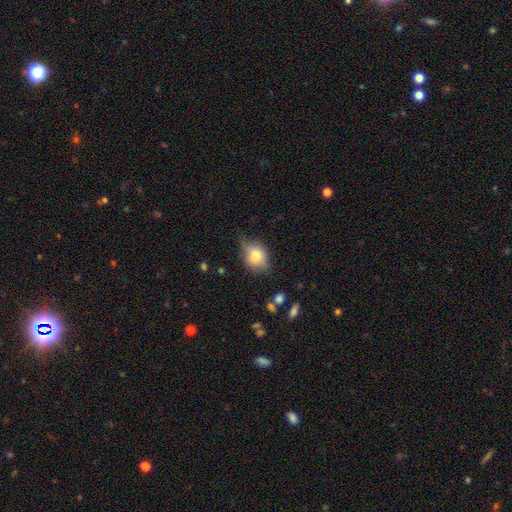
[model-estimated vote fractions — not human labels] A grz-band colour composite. It shows a smooth galaxy with no disk features (68%) that is round (52%). Merging: none (53%).